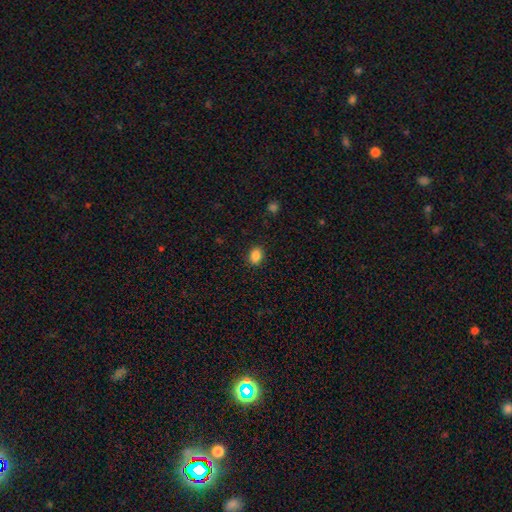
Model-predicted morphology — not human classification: A smooth galaxy with no disk features (87%) that is in between round and cigar-shaped (65%).

Vote fractions:
- Smooth or featured? smooth: 87% / star or artifact: 10% / featured or disk: 3%
- How rounded? in between: 65% / round: 34% / cigar-shaped: 1%
- Merging? none: 88% / minor disturbance: 8% / major disturbance: 2% / merger: 1%